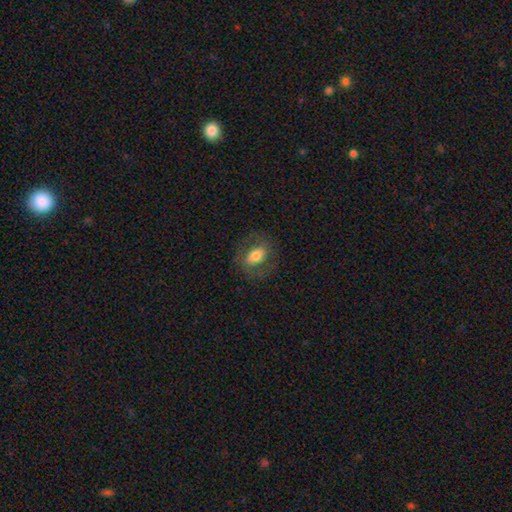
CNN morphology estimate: A smooth galaxy with no disk features (56%) that is in between round and cigar-shaped (73%).

Vote fractions:
- Smooth or featured? smooth: 56% / featured or disk: 36% / star or artifact: 8%
- How rounded? in between: 73% / round: 24% / cigar-shaped: 2%
- Merging? none: 75% / minor disturbance: 14% / major disturbance: 10% / merger: 1%